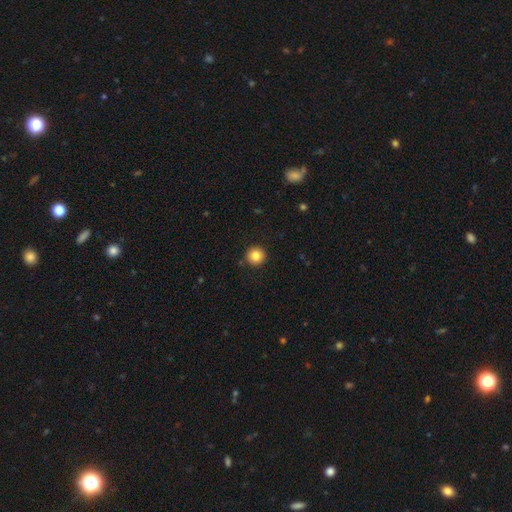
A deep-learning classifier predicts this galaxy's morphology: smooth_or_featured: smooth (p=0.84) [alt: star or artifact p=0.10]
how_rounded: round (p=0.95) [alt: in between p=0.04]
merging: none (p=0.91) [alt: minor disturbance p=0.06]